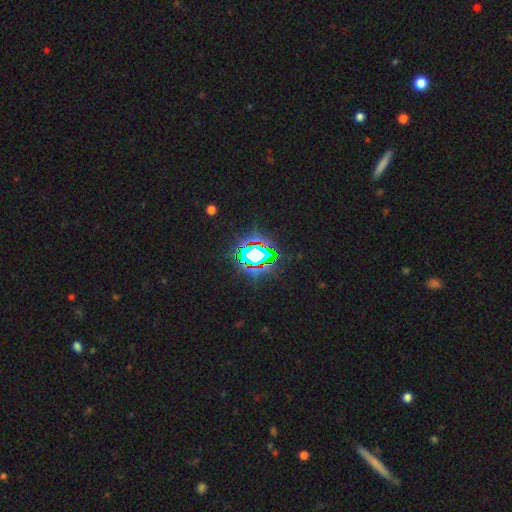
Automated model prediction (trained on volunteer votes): This is likely a star or artifact rather than a galaxy (71%).